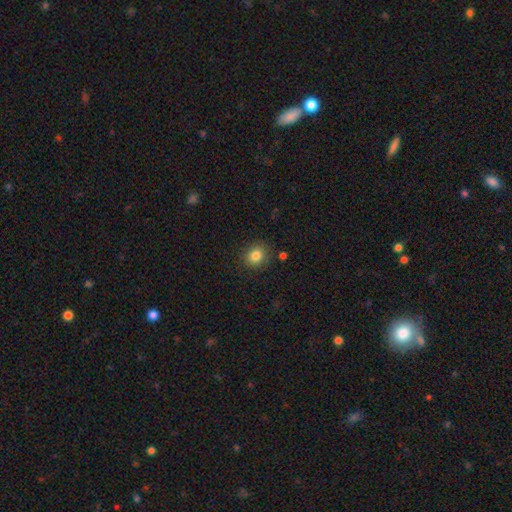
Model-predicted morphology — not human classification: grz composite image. It shows a smooth galaxy with no disk features (83%) that is round (75%). Merging: none (86%).